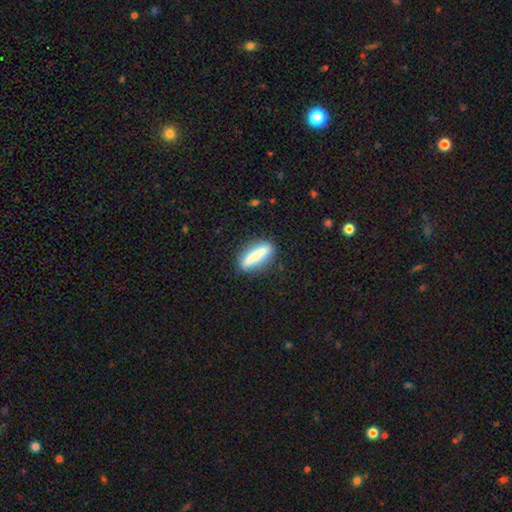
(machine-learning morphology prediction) This appears to be a smooth galaxy with no disk features (64%) that is cigar-shaped (65%). Merging: none (74%).